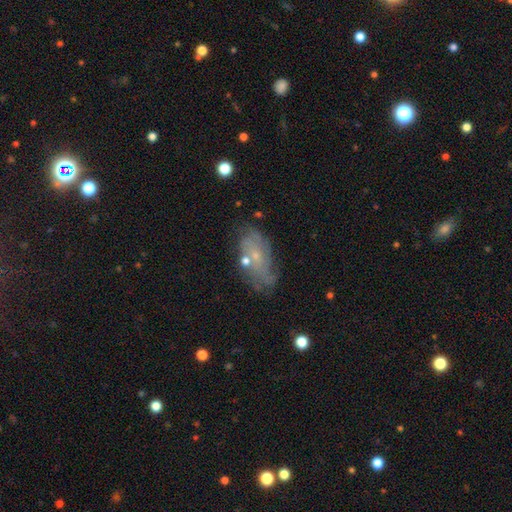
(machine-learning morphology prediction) Smooth or featured? Predicted: featured or disk (p=0.56). Edge-on disk? Predicted: no (p=0.91). Bar? Predicted: no (p=0.72). Spiral arms? Predicted: yes (p=0.65). Bulge size? Predicted: small (p=0.73). Merging? Predicted: none (p=0.60).